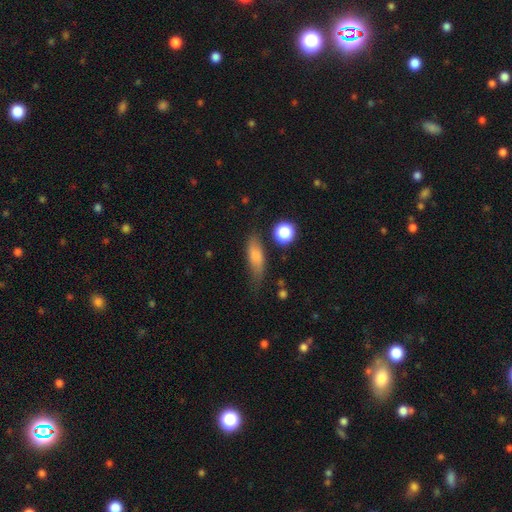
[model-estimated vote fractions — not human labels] A smooth galaxy with no disk features (75%) that is in between round and cigar-shaped (56%). Merging: none (62%).